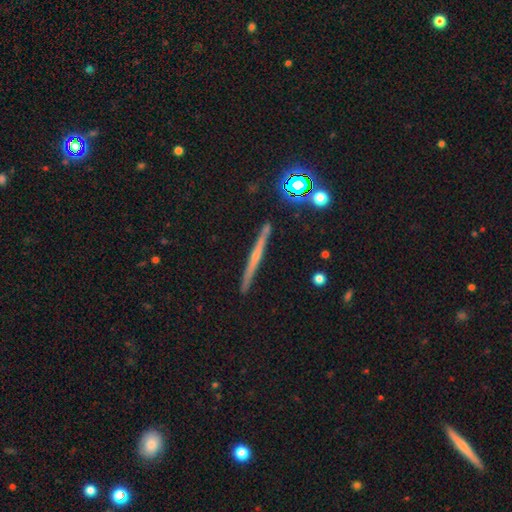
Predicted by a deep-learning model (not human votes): Smooth or featured? Predicted: featured or disk (p=0.64). Edge-on disk? Predicted: yes (p=0.97). Edge-on bulge? Predicted: rounded (p=0.50). Merging? Predicted: none (p=0.89).